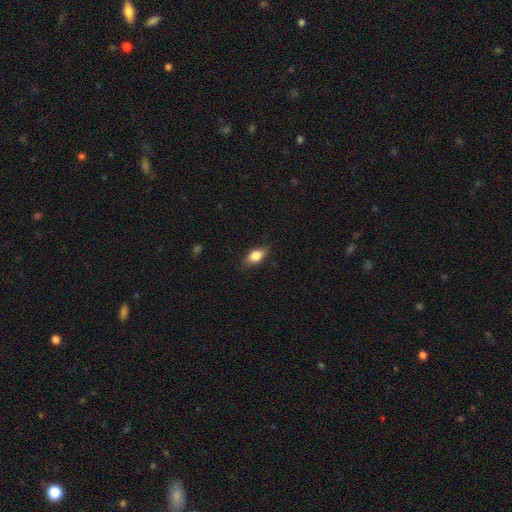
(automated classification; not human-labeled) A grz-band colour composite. It shows a smooth galaxy with no disk features (80%) that is in between round and cigar-shaped (83%). Merging: none (80%).